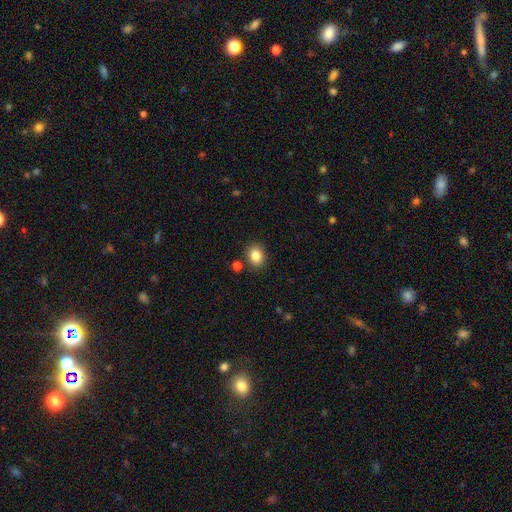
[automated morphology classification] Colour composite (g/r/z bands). It shows a smooth galaxy with no disk features (84%) that is round (62%). Merging: none (85%).